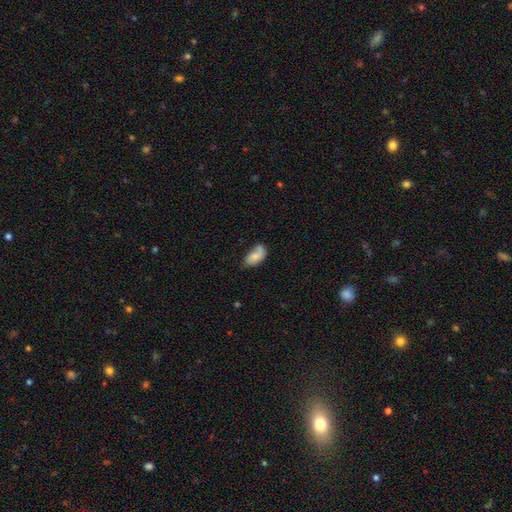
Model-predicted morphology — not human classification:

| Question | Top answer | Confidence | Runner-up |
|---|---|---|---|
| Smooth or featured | smooth | 73% | featured or disk (20%) |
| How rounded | in between | 93% | round (4%) |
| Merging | none | 46% | minor disturbance (35%) |